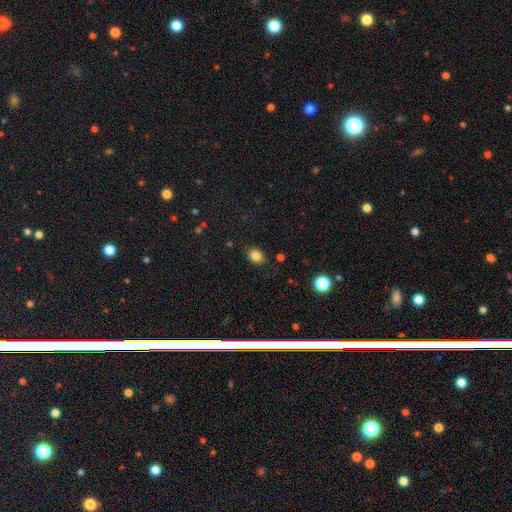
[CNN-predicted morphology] Overall: smooth (83%). How rounded: in between (51%; round 48%). Merging: none (83%).